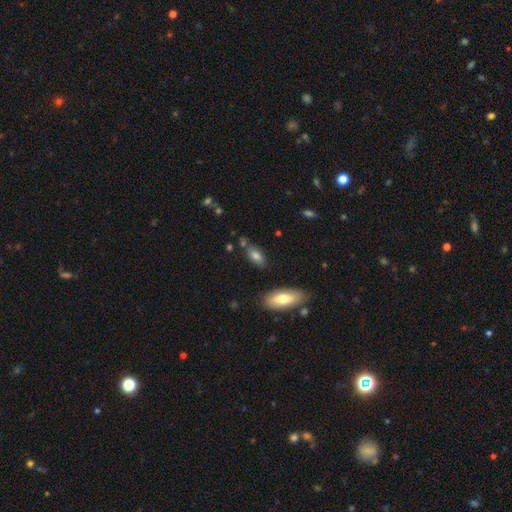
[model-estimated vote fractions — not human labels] Smooth or featured?
  - smooth: 78% *
  - featured or disk: 13%
  - star or artifact: 9%
How rounded?
  - in between: 83% *
  - cigar-shaped: 12%
  - round: 5%
Merging?
  - none: 72% *
  - minor disturbance: 15%
  - merger: 9%
  - major disturbance: 4%